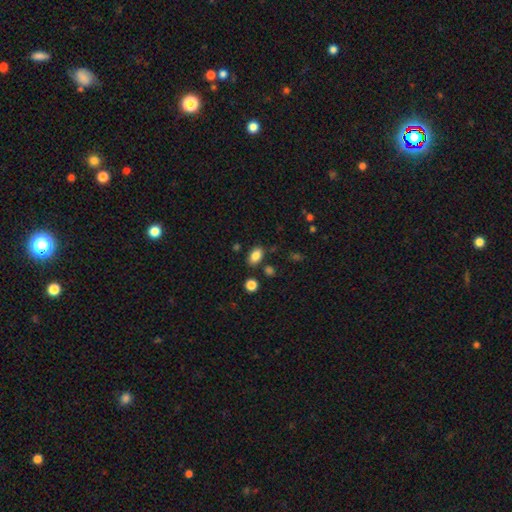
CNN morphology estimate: A smooth galaxy with no disk features (84%) that is in between round and cigar-shaped (87%). Merging: none (82%).